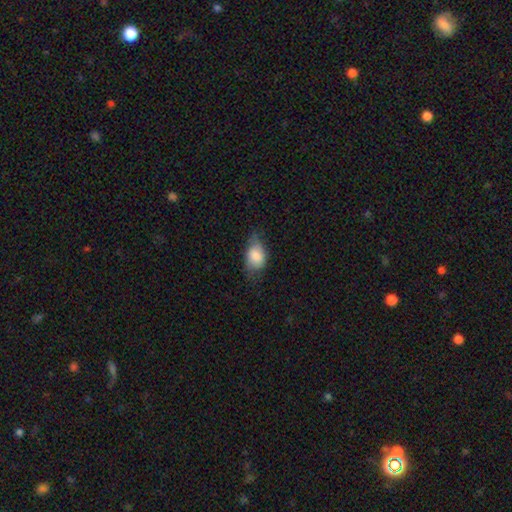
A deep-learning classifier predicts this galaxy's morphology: Smooth or featured? Predicted: smooth (p=0.79). How rounded? Predicted: in between (p=0.78). Merging? Predicted: none (p=0.48).